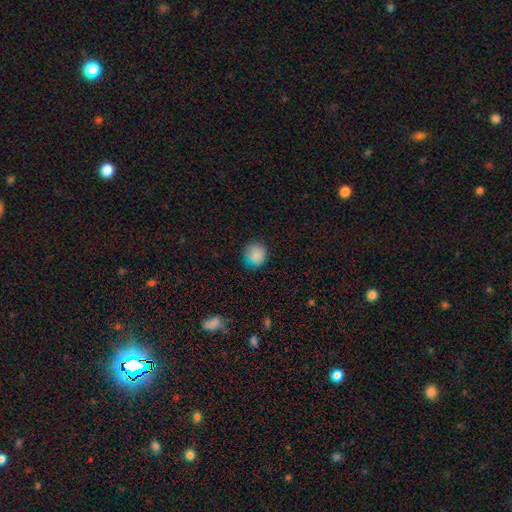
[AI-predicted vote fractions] Morphology: type=smooth (86%); roundness=round (85%); merging=none (80%).